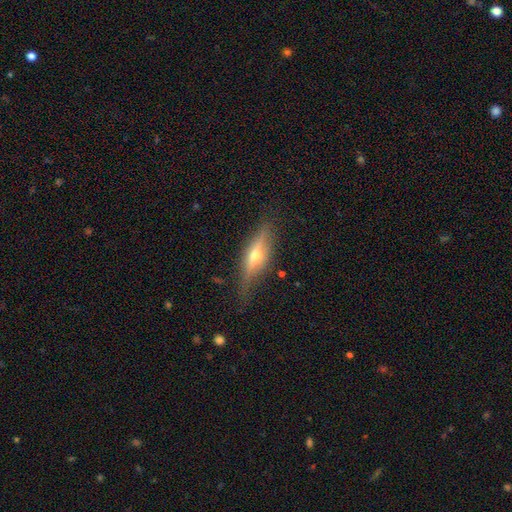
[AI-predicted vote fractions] This is likely a featured or disk galaxy (65%). It is clearly viewed edge-on (92%). Edge-on bulge: clearly rounded (91%). Merging: likely none (78%).